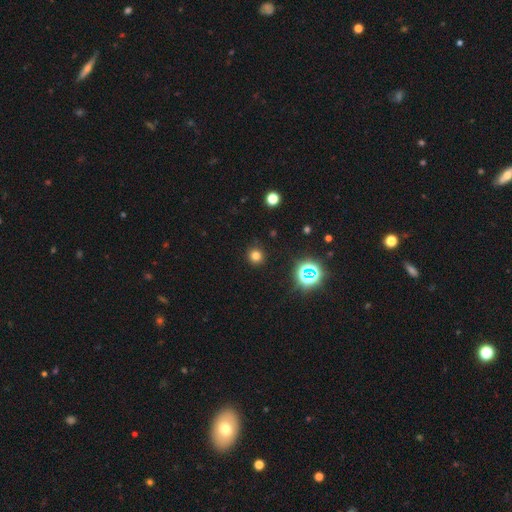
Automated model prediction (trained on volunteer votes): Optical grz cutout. It shows a smooth galaxy with no disk features (74%) that is round (94%). Merging: none (91%).